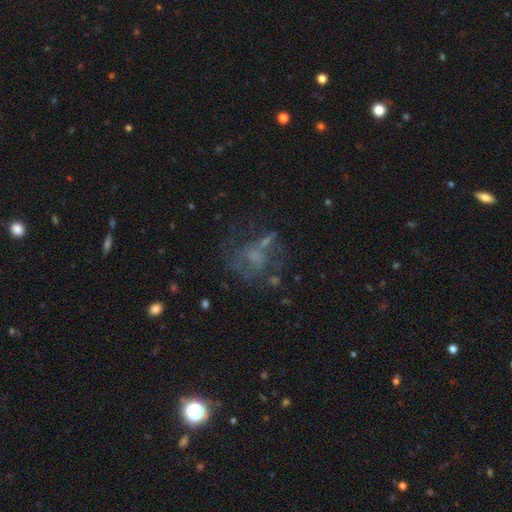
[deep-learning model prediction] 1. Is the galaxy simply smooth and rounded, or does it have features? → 52% featured or disk, 27% smooth, 22% star or artifact.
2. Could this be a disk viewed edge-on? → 97% no, 3% yes.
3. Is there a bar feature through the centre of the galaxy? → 76% no, 20% weak, 4% strong.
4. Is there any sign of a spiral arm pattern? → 66% no, 34% yes.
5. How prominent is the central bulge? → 48% none, 24% small, 22% moderate, 5% large, 1% dominant.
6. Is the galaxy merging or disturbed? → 43% none, 30% major disturbance, 17% minor disturbance, 10% merger.